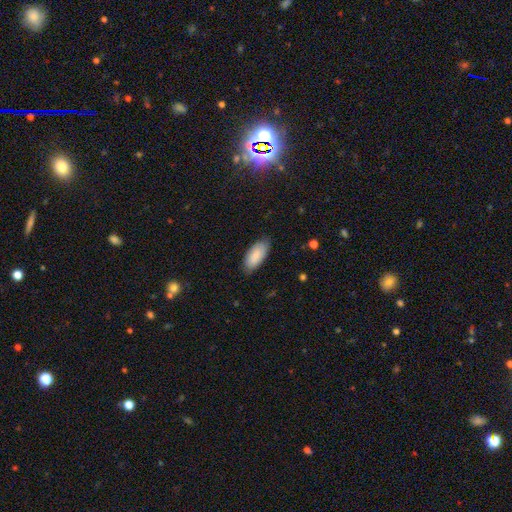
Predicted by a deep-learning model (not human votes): A smooth galaxy with no disk features (83%) that is in between round and cigar-shaped (91%).

Vote fractions:
- Smooth or featured? smooth: 83% / featured or disk: 11% / star or artifact: 6%
- How rounded? in between: 91% / cigar-shaped: 7% / round: 2%
- Merging? none: 80% / minor disturbance: 17% / major disturbance: 3% / merger: 1%